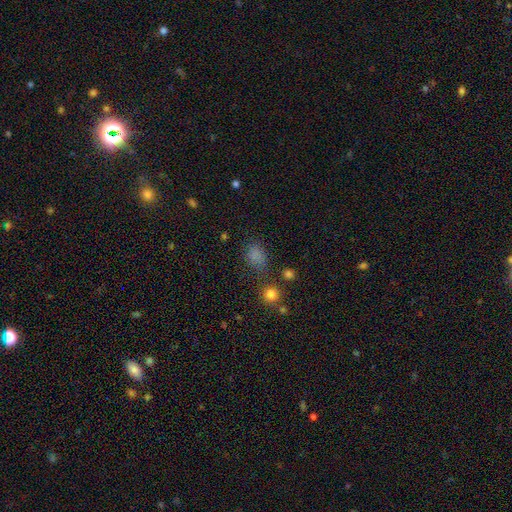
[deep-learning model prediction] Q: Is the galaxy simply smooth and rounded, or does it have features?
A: smooth — 75%.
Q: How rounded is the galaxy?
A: round — 50%.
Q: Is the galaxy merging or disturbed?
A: none — 64%.